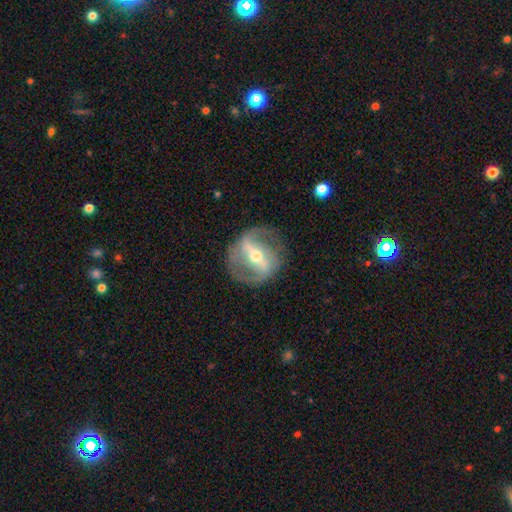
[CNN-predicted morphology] Overall: featured or disk (84%). Edge-on disk: no (90%). Bar: strong (67%). Spiral arms: yes (79%). Spiral arm count: 2 (84%). Spiral winding: medium (44%; loose 32%). Bulge size: moderate (62%; small 32%). Merging: none (78%).